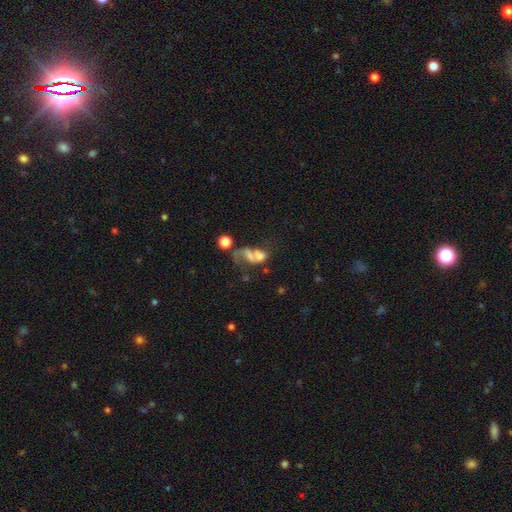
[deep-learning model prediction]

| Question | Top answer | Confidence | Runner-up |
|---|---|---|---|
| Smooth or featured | featured or disk | 43% | smooth (41%) |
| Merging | merger | 42% | major disturbance (31%) |